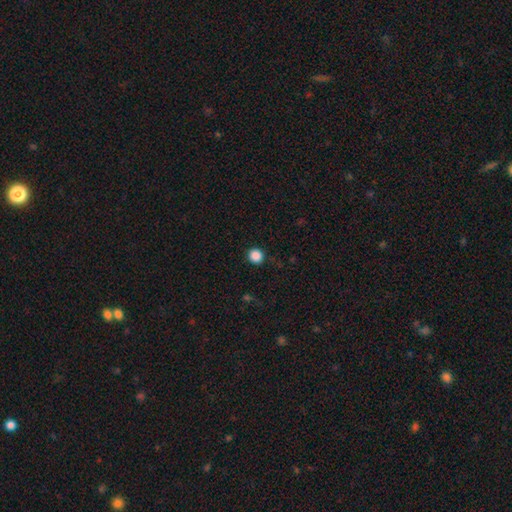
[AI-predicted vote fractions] Q: Smooth or featured?
A: smooth (87%); runner-up: star or artifact (11%)
Q: How rounded?
A: round (92%); runner-up: in between (7%)
Q: Merging?
A: none (91%); runner-up: minor disturbance (6%)